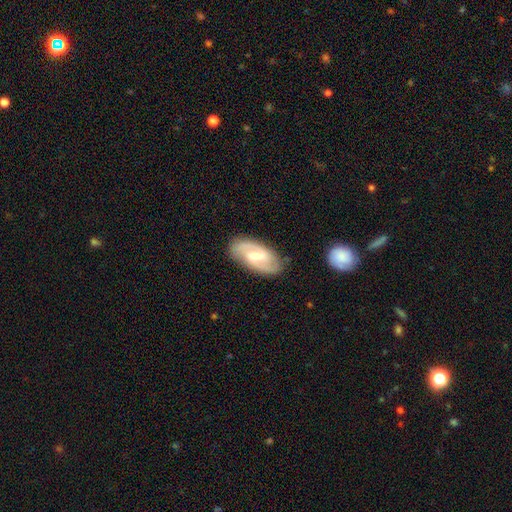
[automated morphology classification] Q: Smooth or featured?
A: featured or disk (74%); runner-up: smooth (21%)
Q: Edge-on disk?
A: no (94%); runner-up: yes (6%)
Q: Bar?
A: weak (51%); runner-up: strong (32%)
Q: Spiral arms?
A: yes (89%); runner-up: no (11%)
Q: Spiral winding?
A: medium (47%); runner-up: tight (34%)
Q: Spiral arm count?
A: 2 (84%); runner-up: can't tell (10%)
Q: Bulge size?
A: moderate (58%); runner-up: small (34%)
Q: Merging?
A: none (83%); runner-up: minor disturbance (13%)